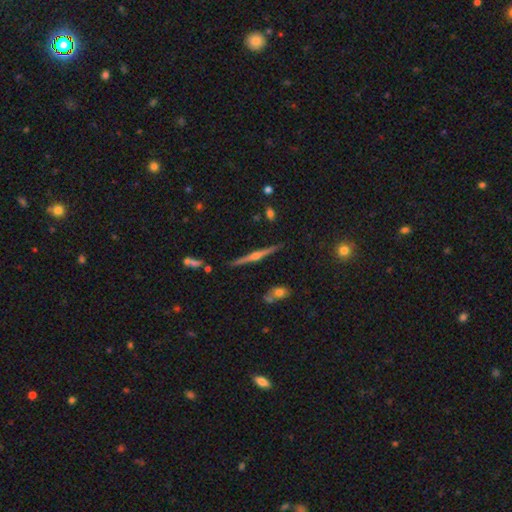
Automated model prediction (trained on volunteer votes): A featured or disk galaxy (79%) viewed edge-on (98%) with a rounded central bulge (90%). Merging: none (89%).